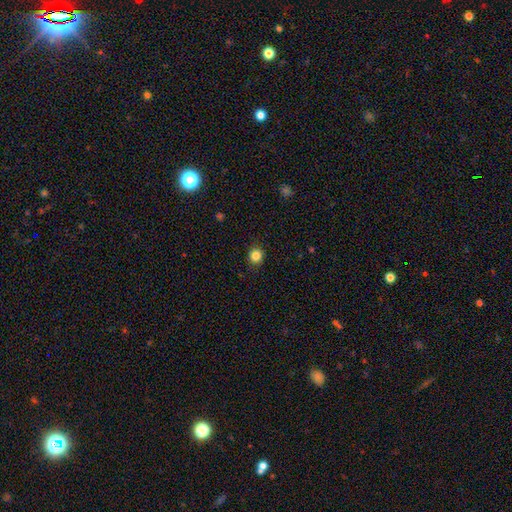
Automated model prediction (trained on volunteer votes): This appears to be a smooth galaxy with no disk features (84%) that is round (84%). Merging: none (89%).